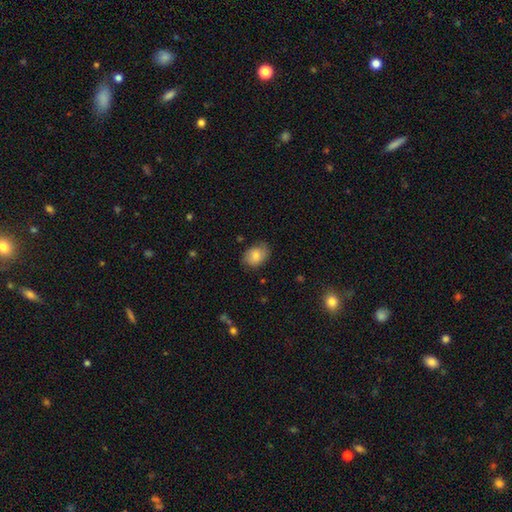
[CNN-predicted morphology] A smooth galaxy with no disk features (79%) that is in between round and cigar-shaped (70%). Merging: none (71%).